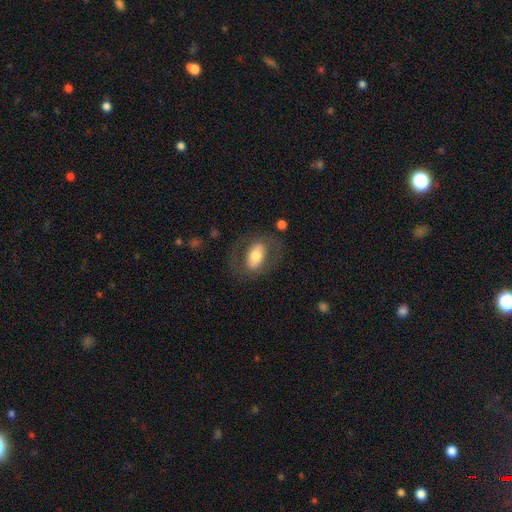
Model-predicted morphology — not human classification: The model was most divided on "smooth or featured": smooth: 54%, featured or disk: 40%, star or artifact: 6%. More confident: how rounded — in between (88%); merging — none (70%).